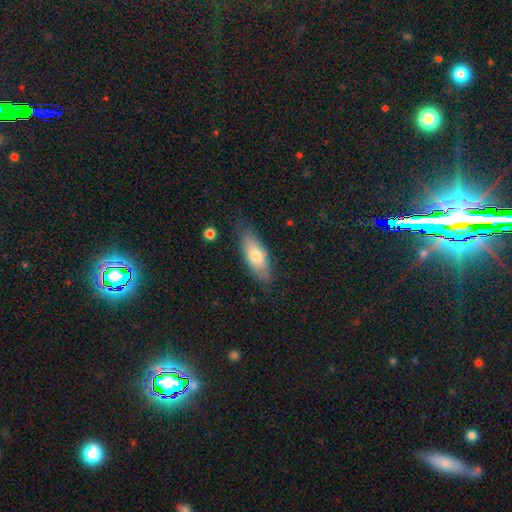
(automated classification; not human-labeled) Overall: smooth (71%). How rounded: in between (71%). Merging: none (74%).